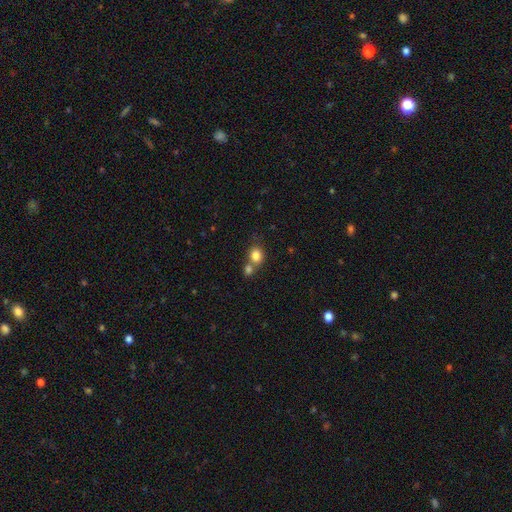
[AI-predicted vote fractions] Overall: smooth (82%). How rounded: round (64%; in between 35%). Merging: none (45%; merger 42%).